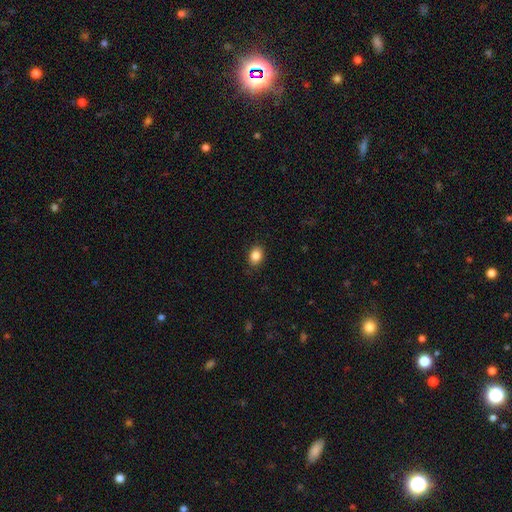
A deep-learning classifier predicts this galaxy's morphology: smooth 86%, star or artifact 9%, featured or disk 5%. Down the decision tree: how rounded — in between (69%); merging — none (87%).